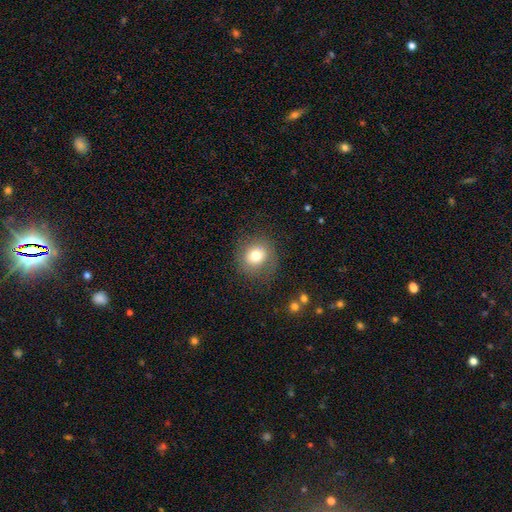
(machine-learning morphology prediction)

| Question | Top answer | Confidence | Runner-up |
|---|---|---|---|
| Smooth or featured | smooth | 75% | featured or disk (15%) |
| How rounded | round | 81% | in between (18%) |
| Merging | none | 77% | minor disturbance (14%) |